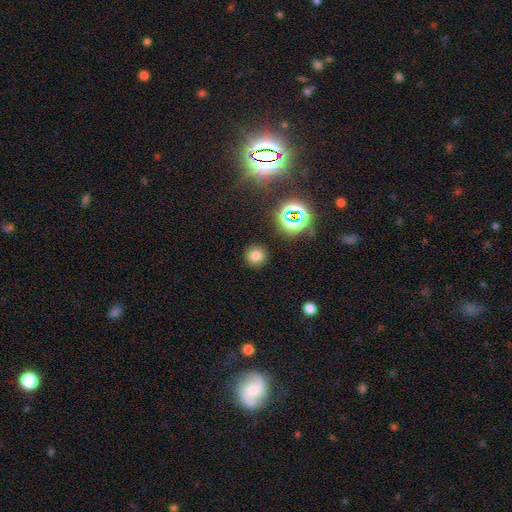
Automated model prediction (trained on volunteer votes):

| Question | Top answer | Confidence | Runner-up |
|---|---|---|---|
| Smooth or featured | smooth | 74% | star or artifact (19%) |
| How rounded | round | 91% | in between (8%) |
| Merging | none | 89% | minor disturbance (6%) |